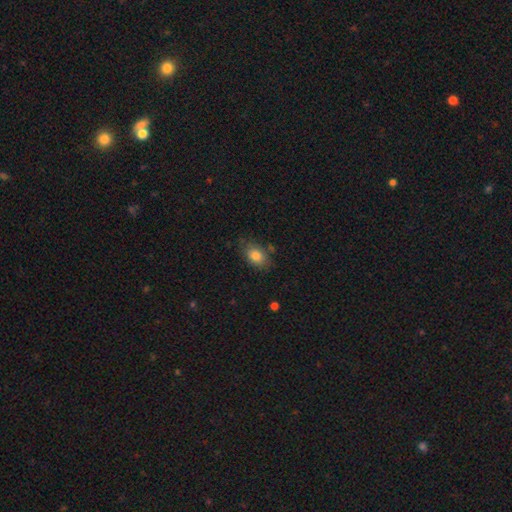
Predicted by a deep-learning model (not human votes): Morphology: type=smooth (82%); roundness=in between (79%); merging=none (76%).